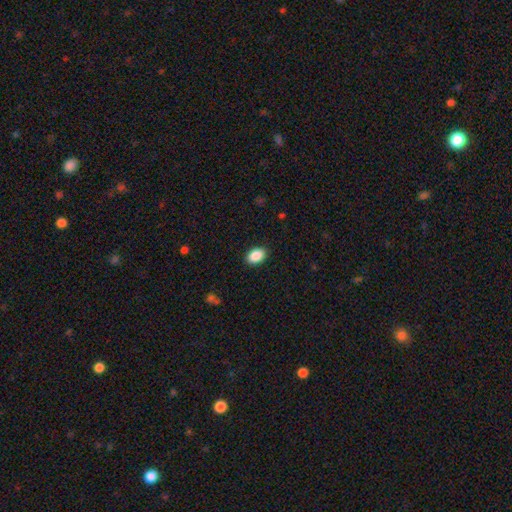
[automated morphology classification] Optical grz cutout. It shows a smooth galaxy with no disk features (89%) that is in between round and cigar-shaped (85%). Merging: none (89%).